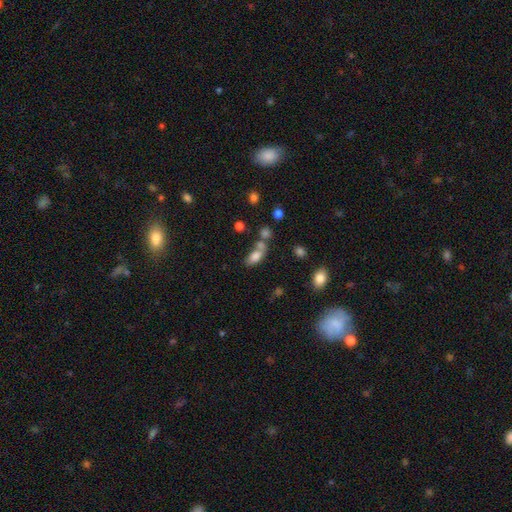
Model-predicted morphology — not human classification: This appears to be a smooth galaxy with no disk features (77%) that is in between round and cigar-shaped (87%). Merging: merger (40%).